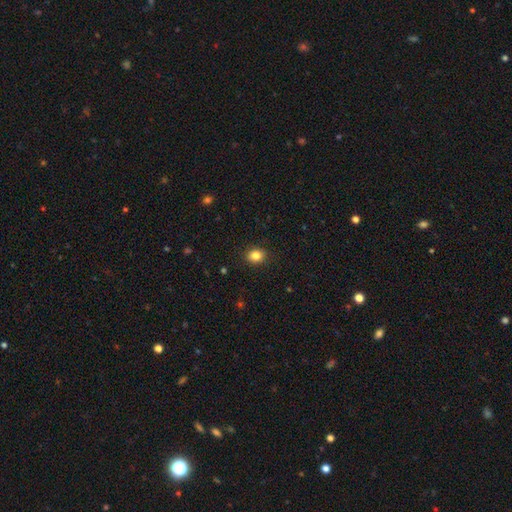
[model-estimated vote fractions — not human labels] This appears to be a smooth galaxy with no disk features (84%) that is round (62%). Merging: none (90%).